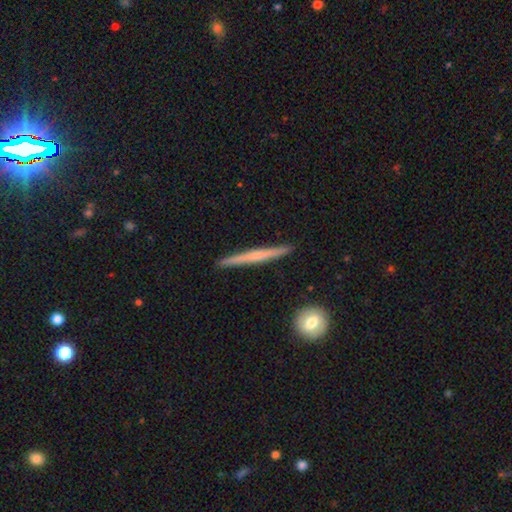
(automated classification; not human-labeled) Q: Smooth or featured?
A: featured or disk (56%); runner-up: smooth (39%)
Q: Edge-on disk?
A: yes (98%); runner-up: no (2%)
Q: Edge-on bulge?
A: none (61%); runner-up: rounded (32%)
Q: Merging?
A: none (92%); runner-up: minor disturbance (6%)